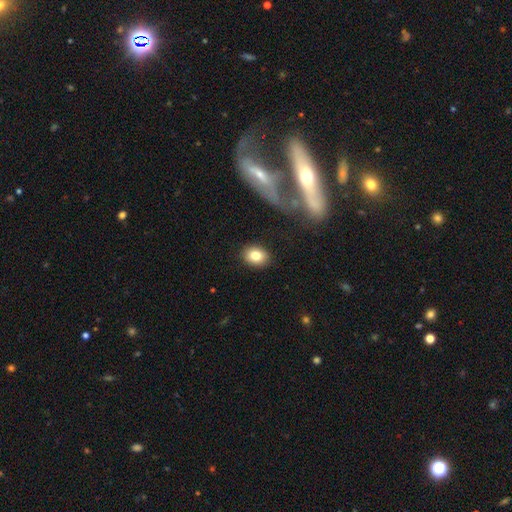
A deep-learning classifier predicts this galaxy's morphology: This is clearly a smooth galaxy (80%). How rounded: possibly in between (59%). Merging: clearly none (87%).